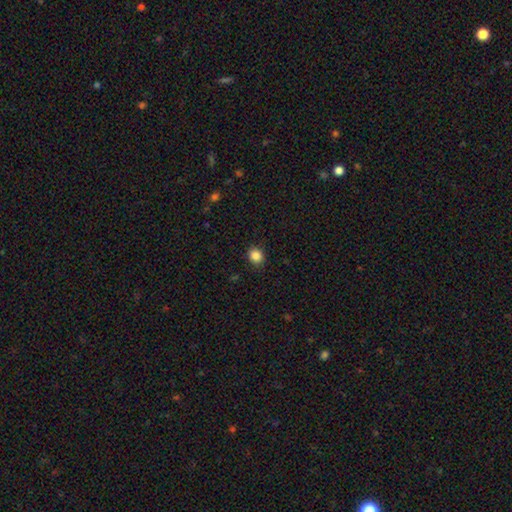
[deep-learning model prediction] Smooth or featured? Predicted: smooth (p=0.86). How rounded? Predicted: round (p=0.67). Merging? Predicted: none (p=0.89).